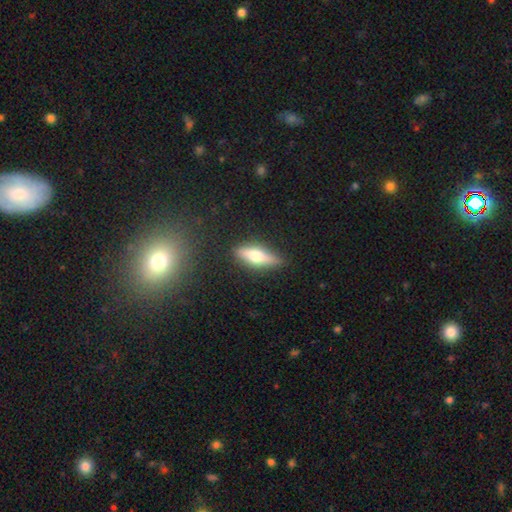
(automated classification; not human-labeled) smooth-or-featured: smooth: 48% | featured or disk: 45% | star or artifact: 7%
  merging: none: 85% | minor disturbance: 11% | major disturbance: 3% | merger: 2%